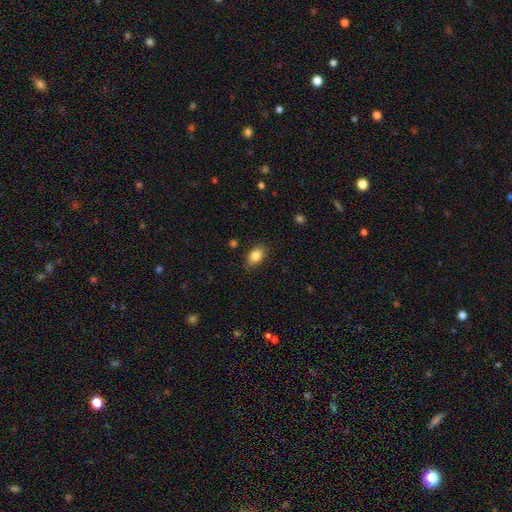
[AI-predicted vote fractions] Smooth or featured: smooth — 84% (star or artifact — 8%)
How rounded: in between — 87% (round — 11%)
Merging: none — 84% (minor disturbance — 12%)